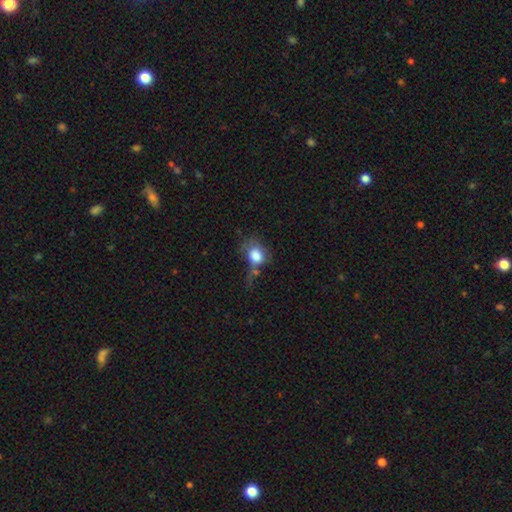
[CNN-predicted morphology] The model was most divided on "how rounded": round: 50%, in between: 49%, cigar-shaped: 1%. Remaining: smooth or featured — smooth (79%); merging — major disturbance (31%).